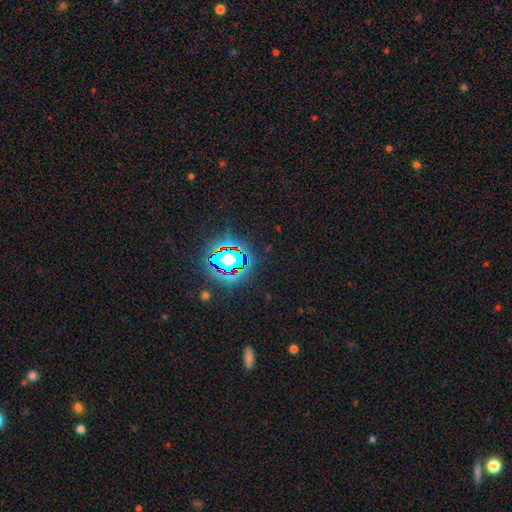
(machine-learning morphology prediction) Smooth or featured? Predicted: star or artifact (p=0.82).